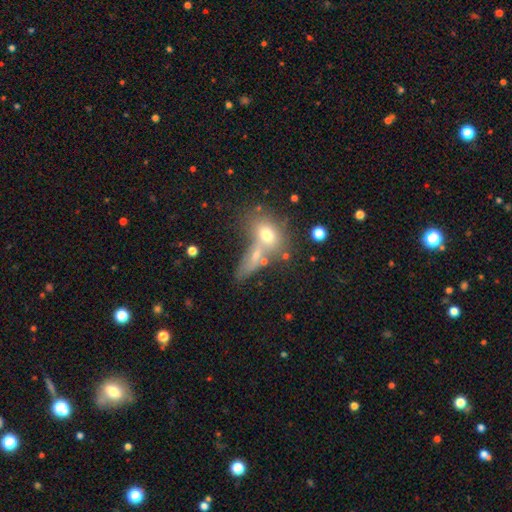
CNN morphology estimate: Smooth or featured? Predicted: smooth (p=0.62). How rounded? Predicted: in between (p=0.58). Merging? Predicted: merger (p=0.44).